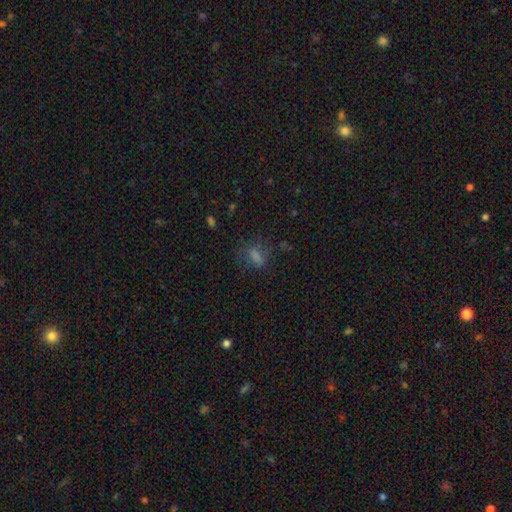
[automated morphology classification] A smooth galaxy with no disk features (65%) that is in between round and cigar-shaped (62%).

Vote fractions:
- Smooth or featured? smooth: 65% / star or artifact: 20% / featured or disk: 14%
- How rounded? in between: 62% / cigar-shaped: 24% / round: 14%
- Merging? none: 64% / minor disturbance: 19% / major disturbance: 14% / merger: 2%